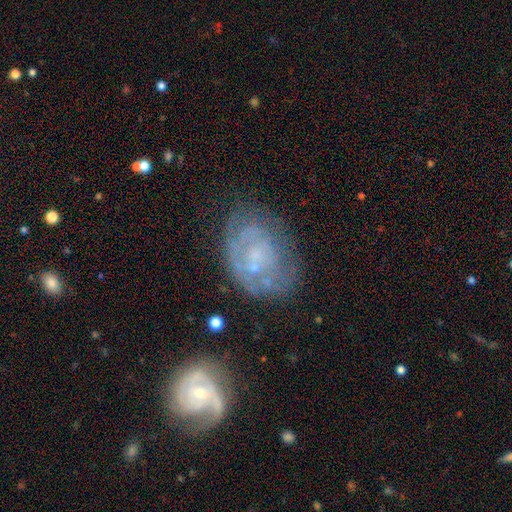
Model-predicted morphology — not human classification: Smooth or featured?
  - featured or disk: 67% *
  - smooth: 24%
  - star or artifact: 9%
Edge-on disk?
  - no: 97% *
  - yes: 3%
Bar?
  - no: 79% *
  - weak: 18%
  - strong: 4%
Spiral arms?
  - yes: 62% *
  - no: 38%
Bulge size?
  - small: 63% *
  - none: 19%
  - moderate: 15%
  - large: 2%
  - dominant: 1%
Merging?
  - none: 53% *
  - minor disturbance: 23%
  - major disturbance: 15%
  - merger: 8%